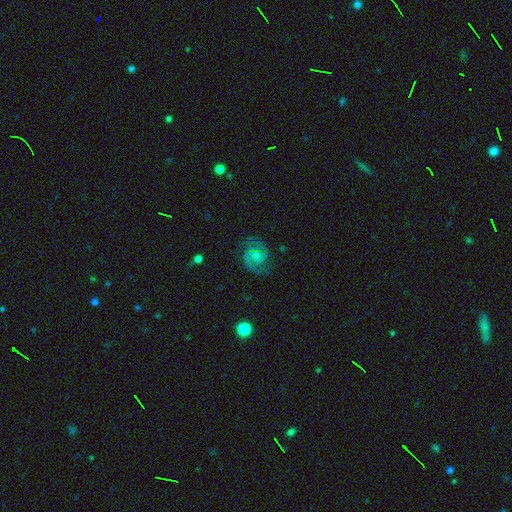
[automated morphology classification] This is clearly a featured or disk galaxy (88%). It is clearly not viewed edge-on (98%). Bar: possibly no (59%). Spiral arm pattern: clearly yes (98%). Spiral arm count: clearly 2 (93%). Spiral winding: possibly medium (55%). Central bulge: marginally small (37%). Merging: likely none (80%).